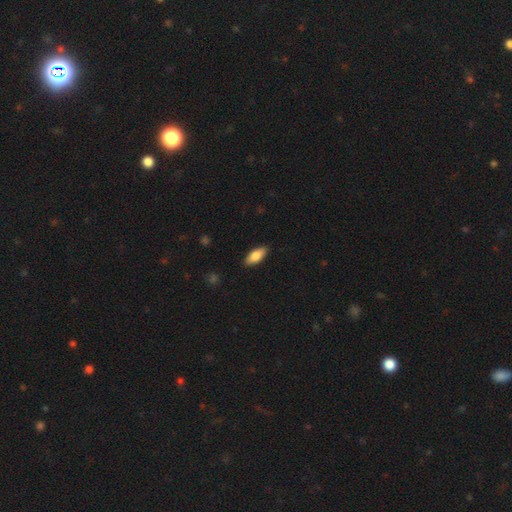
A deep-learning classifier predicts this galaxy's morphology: Smooth or featured?
  - smooth: 80% *
  - featured or disk: 13%
  - star or artifact: 6%
How rounded?
  - in between: 84% *
  - cigar-shaped: 14%
  - round: 2%
Merging?
  - none: 87% *
  - minor disturbance: 10%
  - major disturbance: 2%
  - merger: 1%